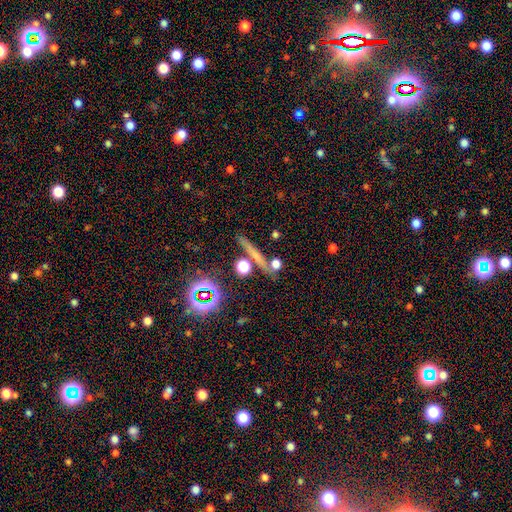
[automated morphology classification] type=smooth (45%); merging=none (79%).